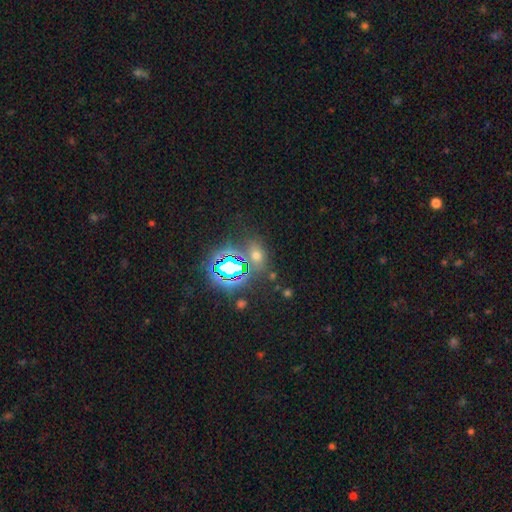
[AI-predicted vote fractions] A star or artifact, not a galaxy (46%).